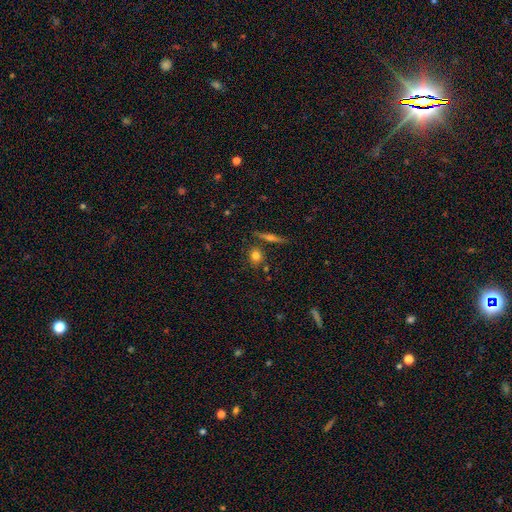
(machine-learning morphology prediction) Smooth or featured? smooth (75%)
How rounded? round (73%)
Merging? none (77%)